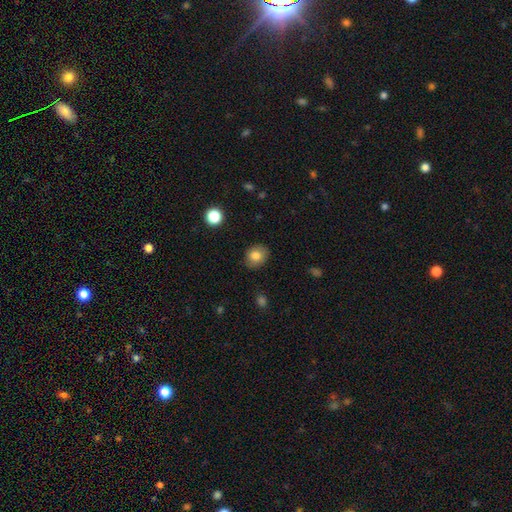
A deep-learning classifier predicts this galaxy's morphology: A smooth galaxy with no disk features (81%) that is round (57%).

Vote fractions:
- Smooth or featured? smooth: 81% / featured or disk: 10% / star or artifact: 9%
- How rounded? round: 57% / in between: 42% / cigar-shaped: 1%
- Merging? none: 86% / minor disturbance: 10% / major disturbance: 2% / merger: 1%